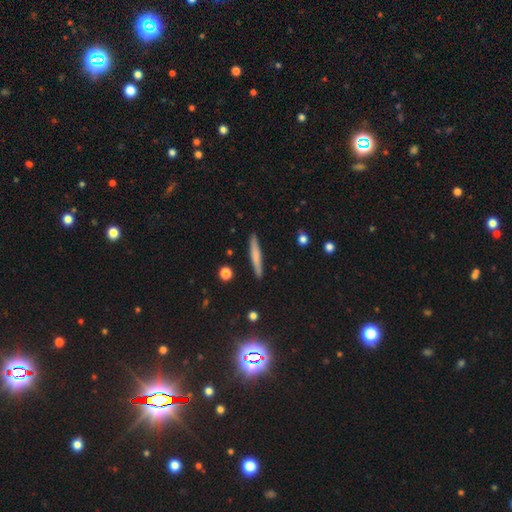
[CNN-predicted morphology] Smooth or featured?
  - smooth: 66% *
  - featured or disk: 27%
  - star or artifact: 7%
How rounded?
  - cigar-shaped: 94% *
  - in between: 4%
  - round: 2%
Merging?
  - none: 90% *
  - minor disturbance: 7%
  - major disturbance: 1%
  - merger: 1%